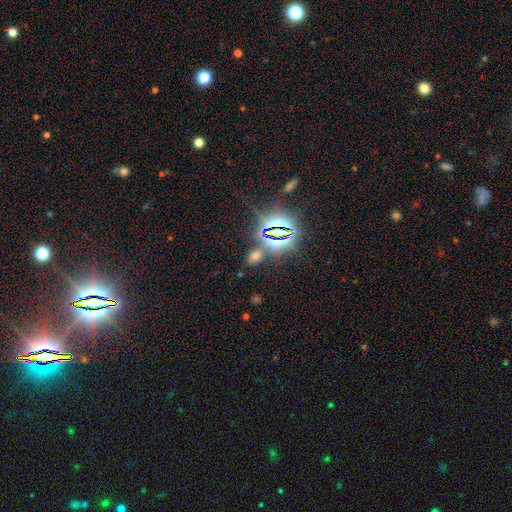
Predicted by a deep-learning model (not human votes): The model was most divided on "smooth or featured": star or artifact: 49%, smooth: 43%, featured or disk: 8%.